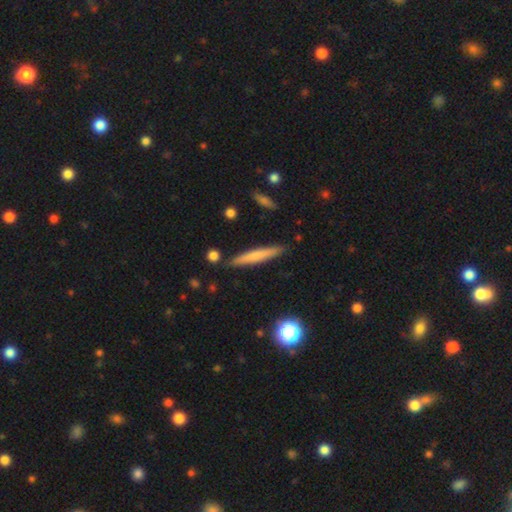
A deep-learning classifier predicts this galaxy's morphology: The model was most divided on "smooth or featured": smooth: 65%, featured or disk: 29%, star or artifact: 7%. More confident: how rounded — cigar-shaped (94%); merging — none (89%).